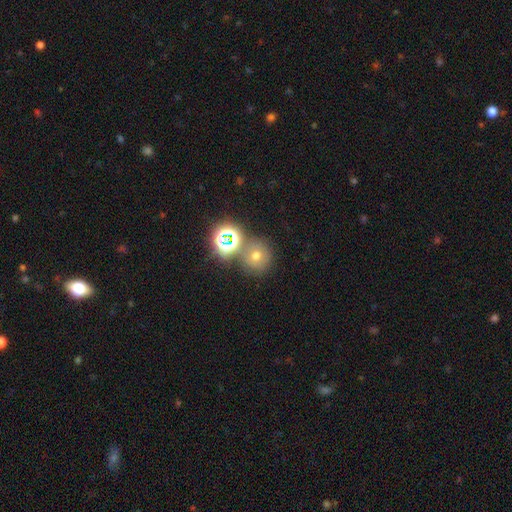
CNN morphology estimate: Smooth or featured? smooth (53%)
How rounded? round (88%)
Merging? none (67%)